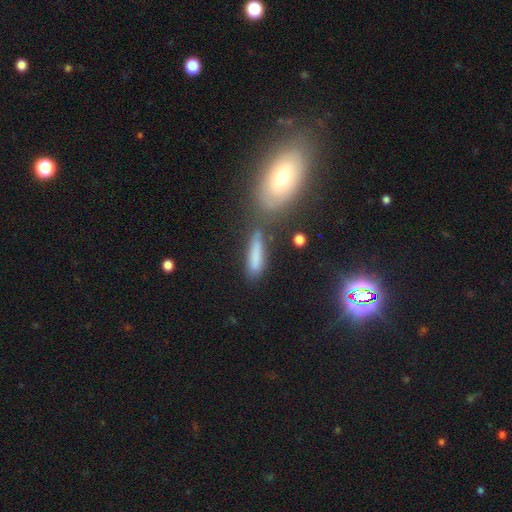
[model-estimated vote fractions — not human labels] The model was most divided on "merging": none: 61%, minor disturbance: 17%, merger: 15%, major disturbance: 7%. More confident: smooth or featured — smooth (76%); how rounded — cigar-shaped (74%).